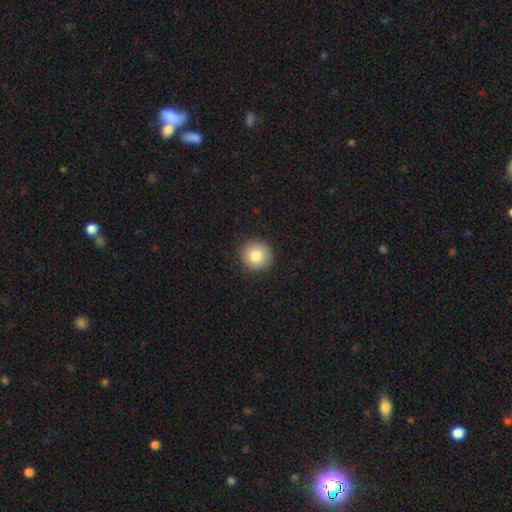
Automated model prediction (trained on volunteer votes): This is clearly a smooth galaxy (83%). How rounded: clearly round (94%). Merging: clearly none (91%).